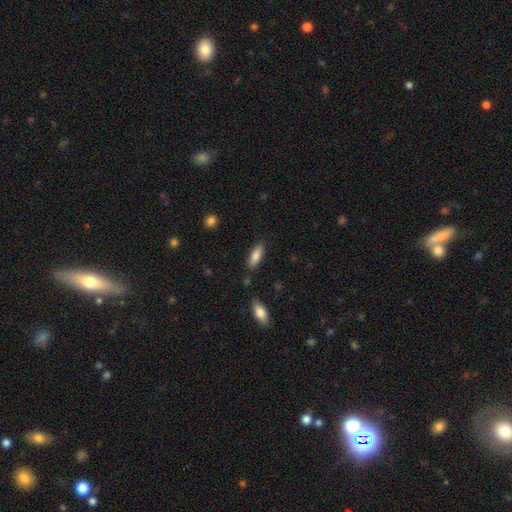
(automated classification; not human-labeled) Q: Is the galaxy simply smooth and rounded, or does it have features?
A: smooth — 82%.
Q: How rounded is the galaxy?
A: in between — 70%.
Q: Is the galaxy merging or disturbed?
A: none — 82%.